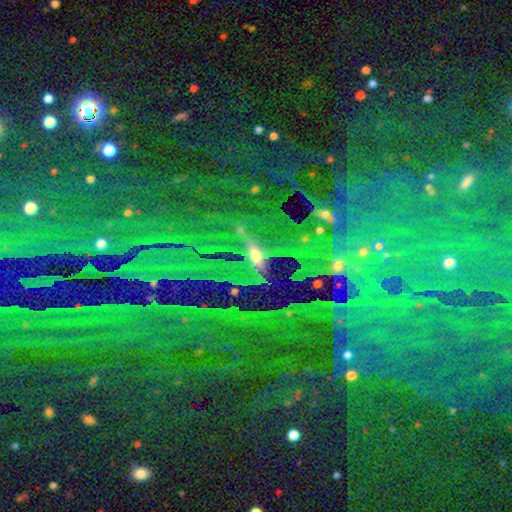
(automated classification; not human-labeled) A featured or disk galaxy (53%). Merging: none (46%).